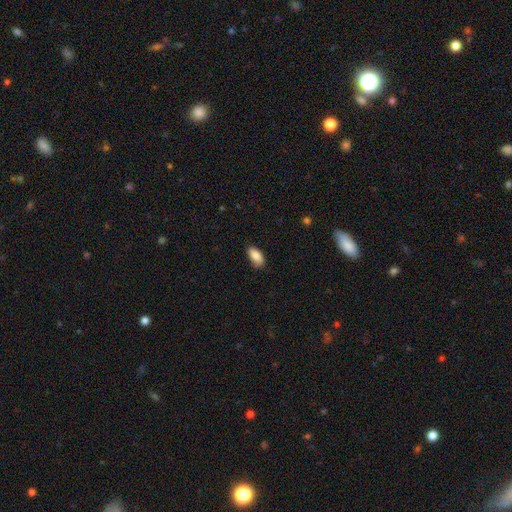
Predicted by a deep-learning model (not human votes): smooth-or-featured: smooth: 86% | featured or disk: 8% | star or artifact: 7%
  how-rounded: in between: 92% | cigar-shaped: 6% | round: 3%
  merging: none: 77% | minor disturbance: 19% | major disturbance: 3% | merger: 1%